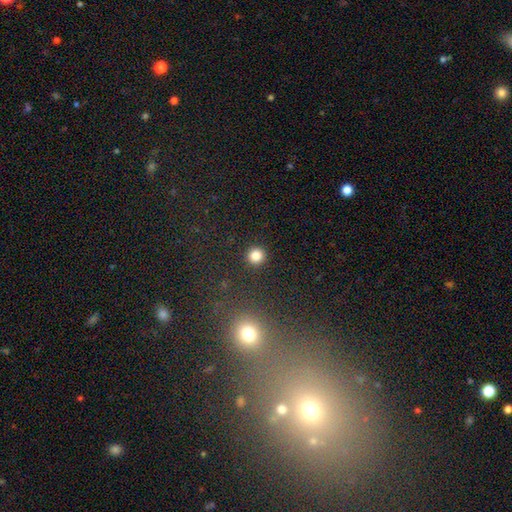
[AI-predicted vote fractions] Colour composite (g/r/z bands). It shows a smooth galaxy with no disk features (83%) that is round (94%). Merging: none (92%).